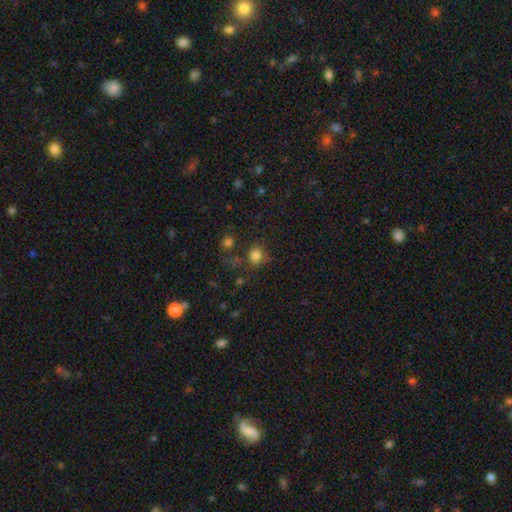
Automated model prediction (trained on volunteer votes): This is likely a smooth galaxy (78%). How rounded: likely round (73%). Merging: likely none (69%).